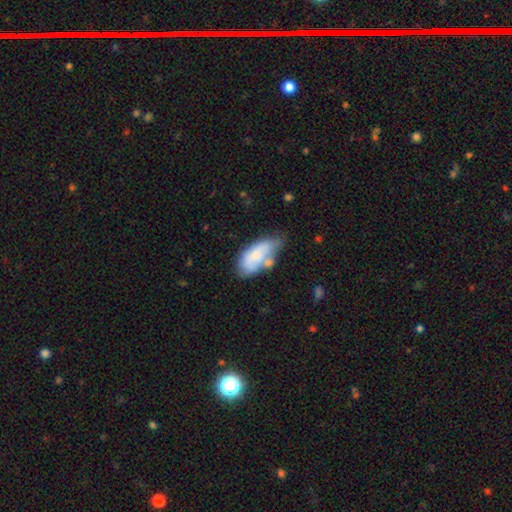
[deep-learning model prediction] Q: Smooth or featured?
A: smooth (68%); runner-up: featured or disk (25%)
Q: How rounded?
A: in between (90%); runner-up: cigar-shaped (7%)
Q: Merging?
A: none (33%); runner-up: minor disturbance (31%)